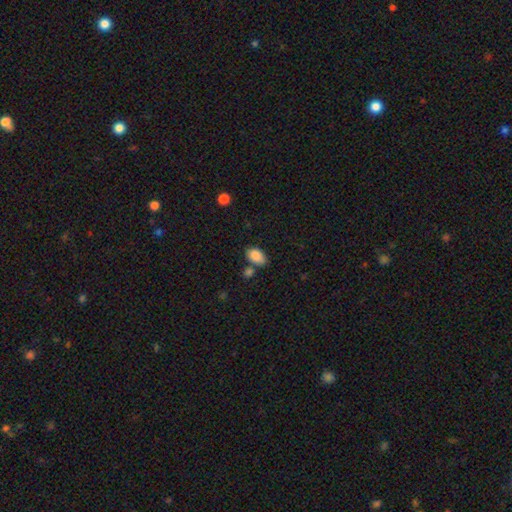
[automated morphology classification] smooth_or_featured: smooth (p=0.87) [alt: star or artifact p=0.08]
how_rounded: in between (p=0.91) [alt: round p=0.08]
merging: none (p=0.68) [alt: minor disturbance p=0.15]